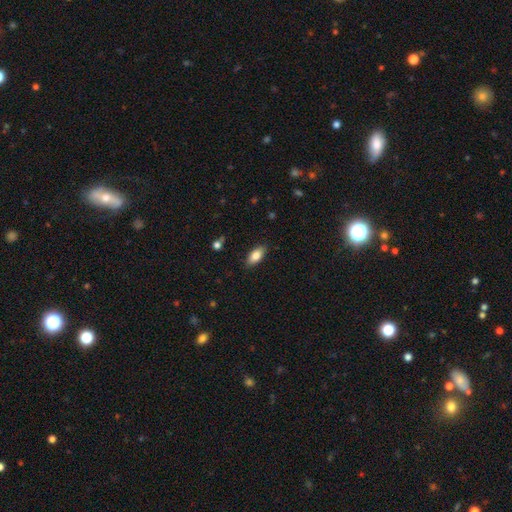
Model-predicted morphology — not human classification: Smooth or featured: smooth — 81% (featured or disk — 12%)
How rounded: in between — 88% (cigar-shaped — 9%)
Merging: none — 87% (minor disturbance — 10%)